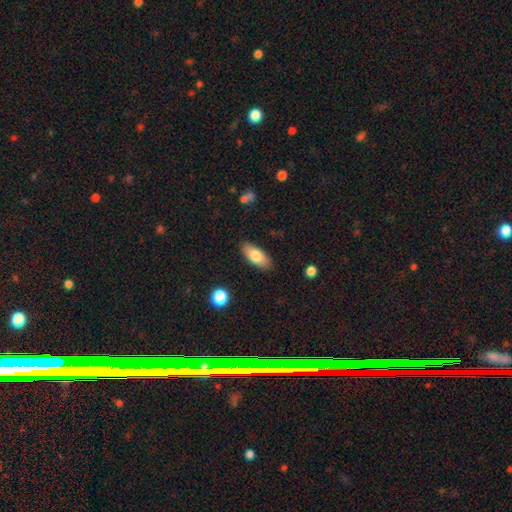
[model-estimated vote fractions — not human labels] Smooth or featured? smooth (78%)
How rounded? in between (84%)
Merging? none (87%)